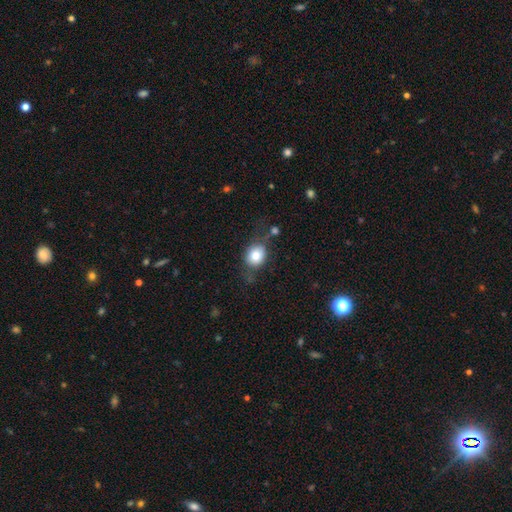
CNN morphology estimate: The model was most divided on "how rounded": round: 58%, in between: 40%, cigar-shaped: 1%. More confident: smooth or featured — smooth (76%); merging — none (59%).